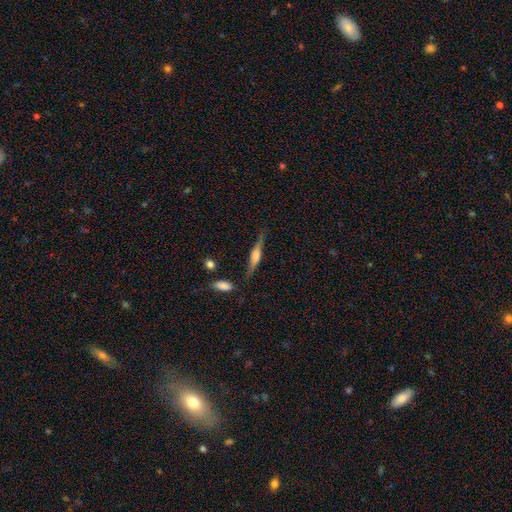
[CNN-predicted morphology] Smooth or featured: featured or disk — 66% (smooth — 27%)
Edge-on disk: yes — 95% (no — 5%)
Edge-on bulge: rounded — 75% (boxy — 20%)
Merging: none — 78% (minor disturbance — 14%)